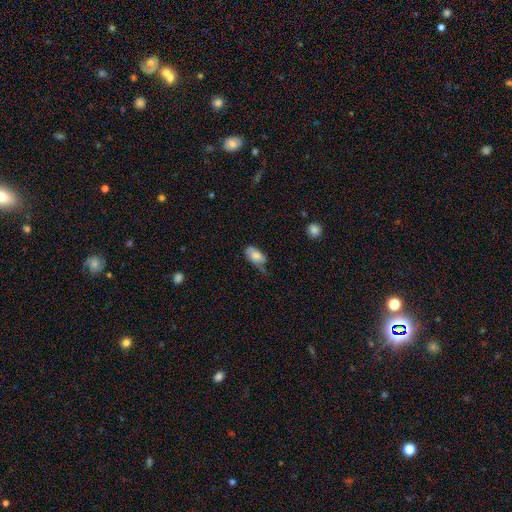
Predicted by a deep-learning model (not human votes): A smooth galaxy with no disk features (69%) that is in between round and cigar-shaped (91%). Merging: minor disturbance (42%).